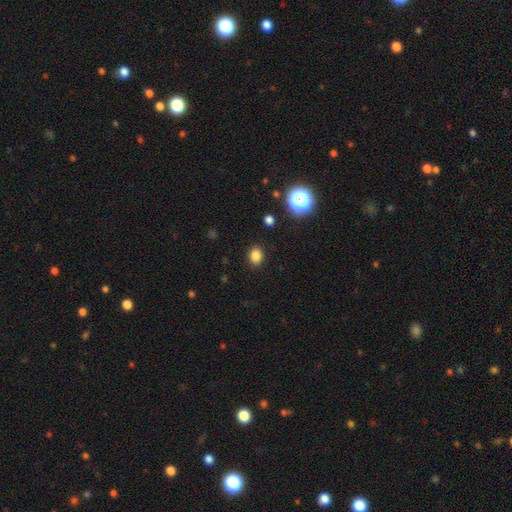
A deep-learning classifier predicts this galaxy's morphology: type=smooth (83%); roundness=round (50%); merging=none (89%).